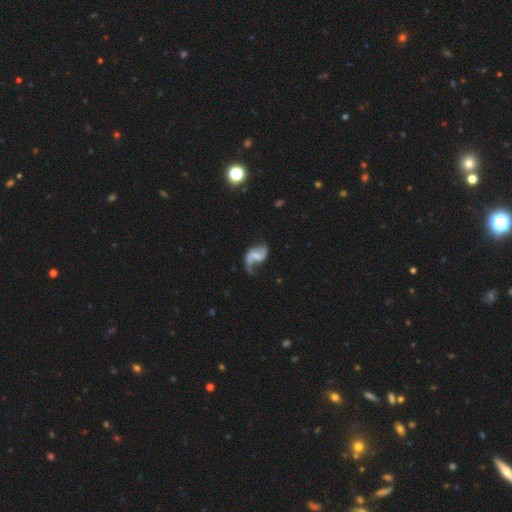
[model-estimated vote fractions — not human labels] This is clearly a featured or disk galaxy (84%). It is clearly not viewed edge-on (98%). Bar: possibly weak (49%). Spiral arm pattern: clearly yes (94%). Spiral arm count: likely 2 (70%). Spiral winding: likely loose (68%). Central bulge: marginally none (44%). Merging: possibly none (47%).